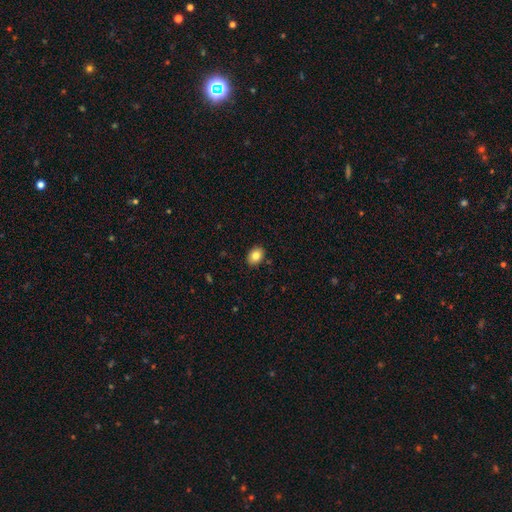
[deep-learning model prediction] This is clearly a smooth galaxy (83%). How rounded: likely in between (75%). Merging: clearly none (89%).